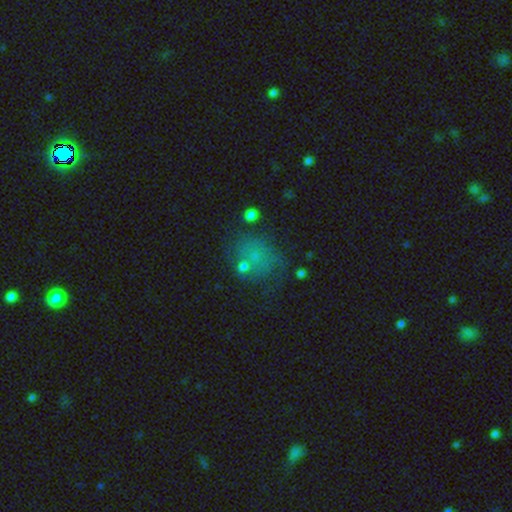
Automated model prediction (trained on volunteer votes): The model was most divided on "how rounded": round: 61%, in between: 38%, cigar-shaped: 1%. Remaining: smooth or featured — smooth (55%); merging — none (48%).